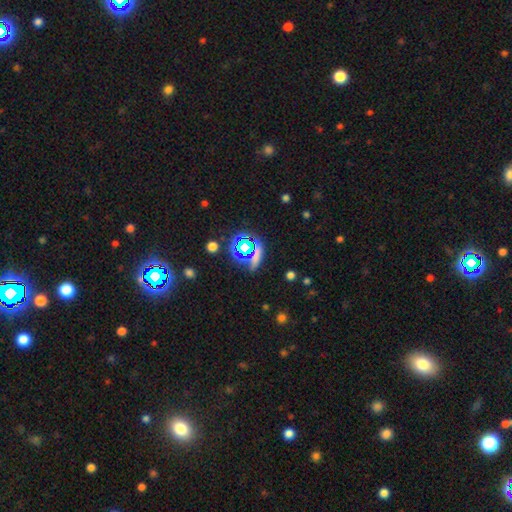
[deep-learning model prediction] Overall: star or artifact (52%; smooth 36%).